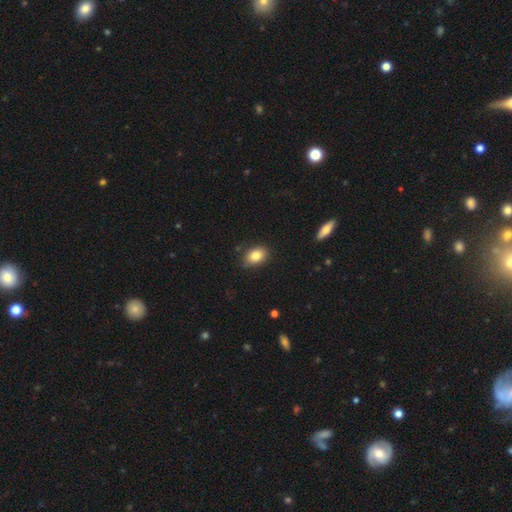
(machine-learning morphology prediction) Smooth or featured: smooth — 84% (star or artifact — 8%)
How rounded: in between — 81% (round — 18%)
Merging: none — 82% (minor disturbance — 14%)